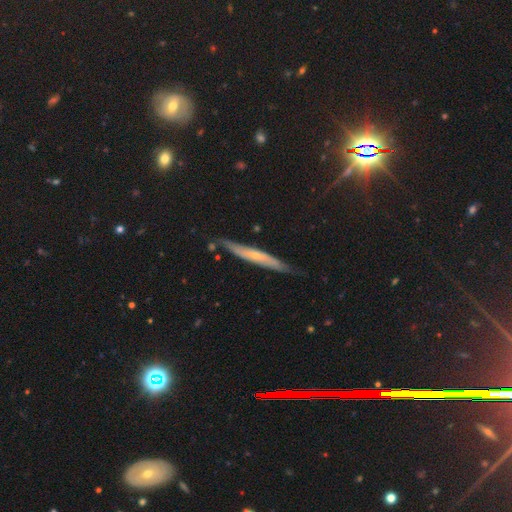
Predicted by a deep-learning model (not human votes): Smooth or featured? Predicted: featured or disk (p=0.58). Edge-on disk? Predicted: yes (p=0.85). Merging? Predicted: none (p=0.78).